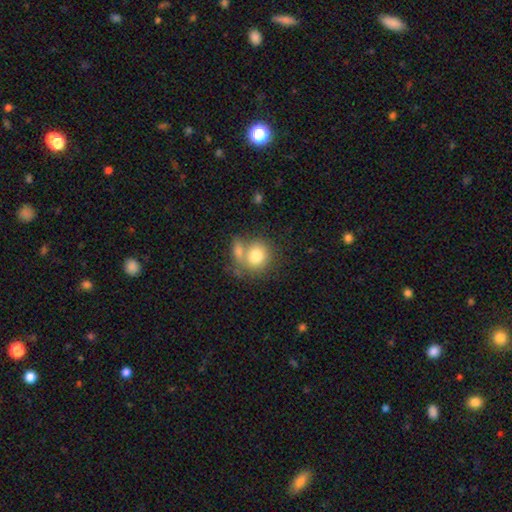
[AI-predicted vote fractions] Smooth or featured? smooth (78%)
How rounded? round (75%)
Merging? merger (42%)